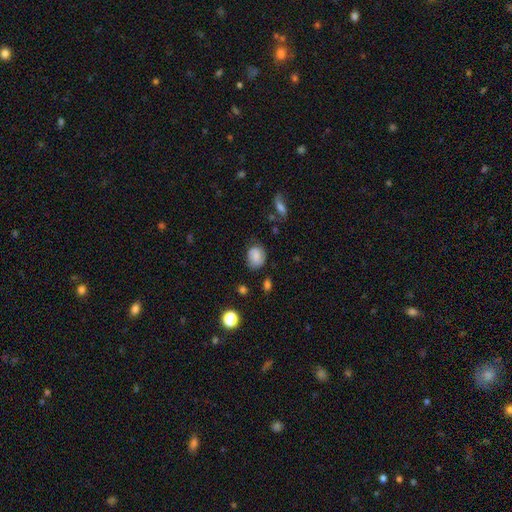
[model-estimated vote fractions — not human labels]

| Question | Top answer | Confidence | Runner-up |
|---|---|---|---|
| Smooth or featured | smooth | 67% | featured or disk (24%) |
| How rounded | round | 52% | in between (47%) |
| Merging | none | 69% | minor disturbance (22%) |